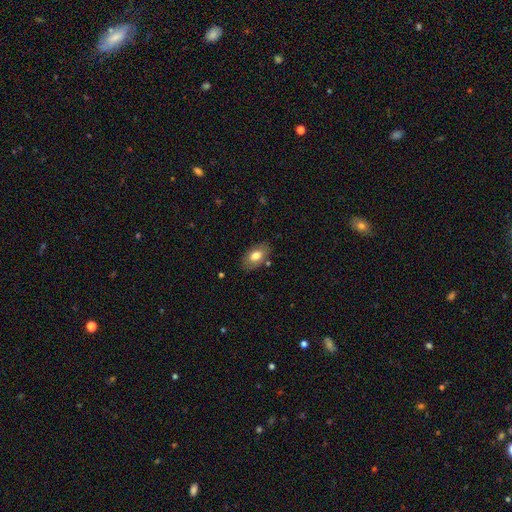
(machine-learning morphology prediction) Overall: smooth (76%). How rounded: in between (92%). Merging: none (82%).